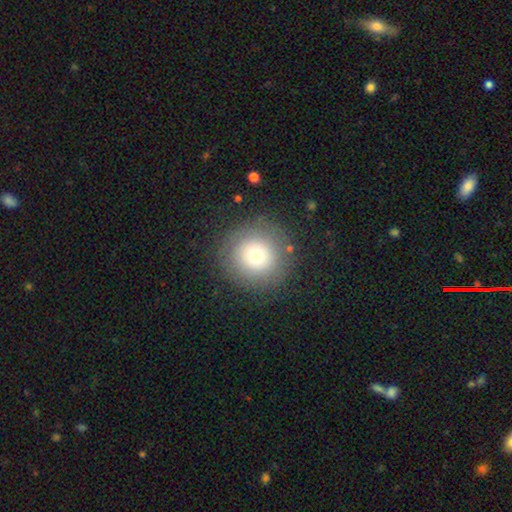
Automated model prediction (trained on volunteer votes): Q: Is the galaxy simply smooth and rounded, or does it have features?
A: smooth — 69%.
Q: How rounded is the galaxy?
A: round — 95%.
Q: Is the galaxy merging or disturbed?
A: none — 85%.